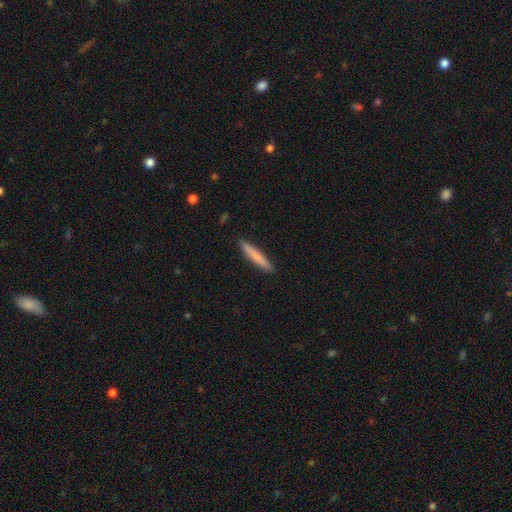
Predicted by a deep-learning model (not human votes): Q: Smooth or featured?
A: smooth (79%); runner-up: featured or disk (15%)
Q: How rounded?
A: cigar-shaped (94%); runner-up: in between (5%)
Q: Merging?
A: none (91%); runner-up: minor disturbance (6%)